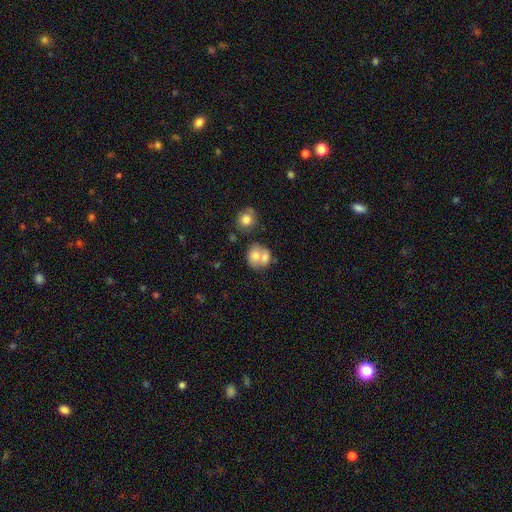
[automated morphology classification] Smooth or featured? smooth (69%)
How rounded? round (67%)
Merging? merger (57%)